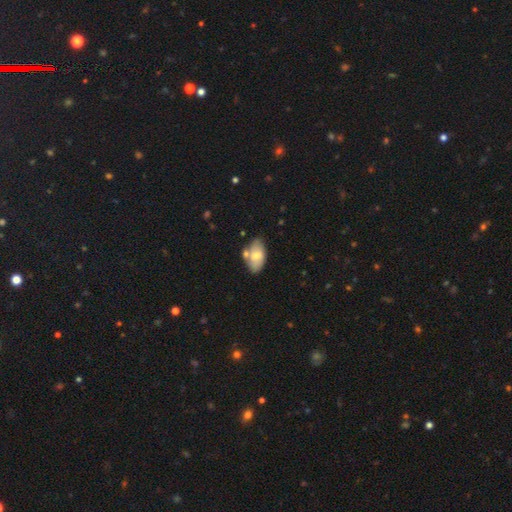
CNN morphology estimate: A smooth galaxy with no disk features (68%) that is in between round and cigar-shaped (93%).

Vote fractions:
- Smooth or featured? smooth: 68% / featured or disk: 26% / star or artifact: 6%
- How rounded? in between: 93% / round: 5% / cigar-shaped: 2%
- Merging? none: 56% / minor disturbance: 21% / merger: 17% / major disturbance: 5%